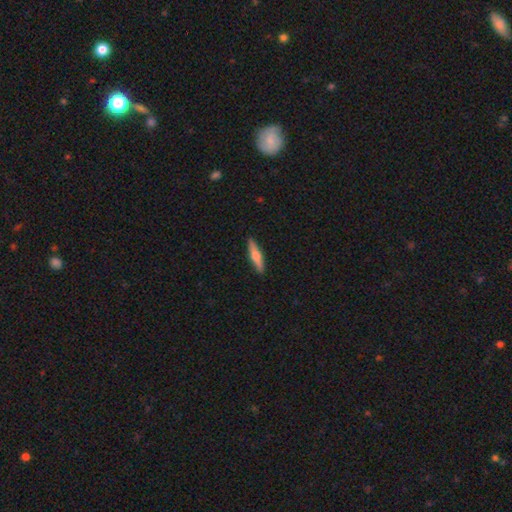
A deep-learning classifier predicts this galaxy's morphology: type=smooth (49%); merging=none (91%).